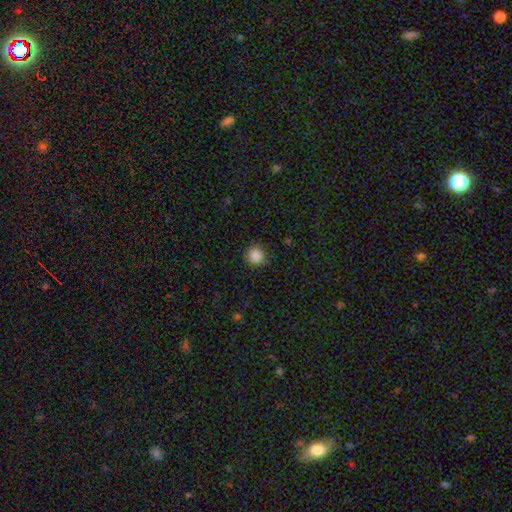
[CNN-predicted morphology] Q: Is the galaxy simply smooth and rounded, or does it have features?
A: smooth — 87%.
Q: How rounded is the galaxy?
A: round — 92%.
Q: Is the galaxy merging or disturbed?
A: none — 88%.